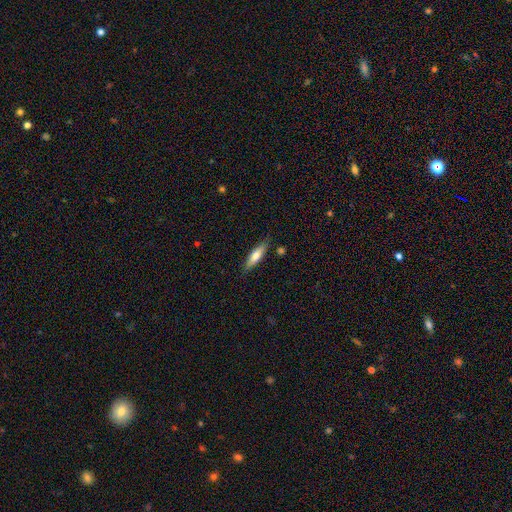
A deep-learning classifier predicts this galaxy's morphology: A smooth galaxy with no disk features (64%) that is cigar-shaped (64%).

Vote fractions:
- Smooth or featured? smooth: 64% / featured or disk: 30% / star or artifact: 6%
- How rounded? cigar-shaped: 64% / in between: 34% / round: 2%
- Merging? none: 82% / minor disturbance: 13% / major disturbance: 3% / merger: 2%